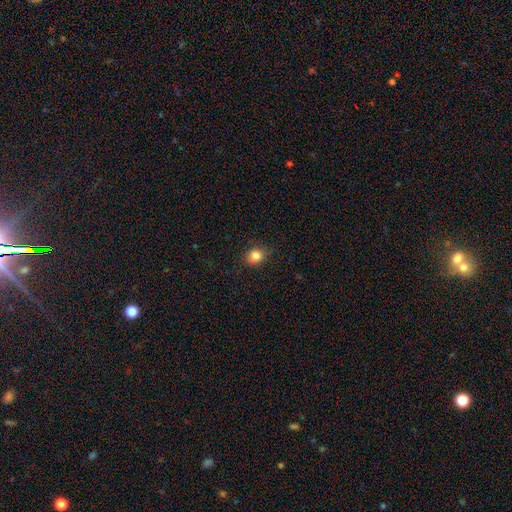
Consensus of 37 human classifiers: Q: Smooth or featured?
A: smooth (95%); runner-up: star or artifact (5%)
Q: How rounded?
A: round (74%); runner-up: in between (26%)
Q: Merging?
A: none (77%); runner-up: minor disturbance (14%)